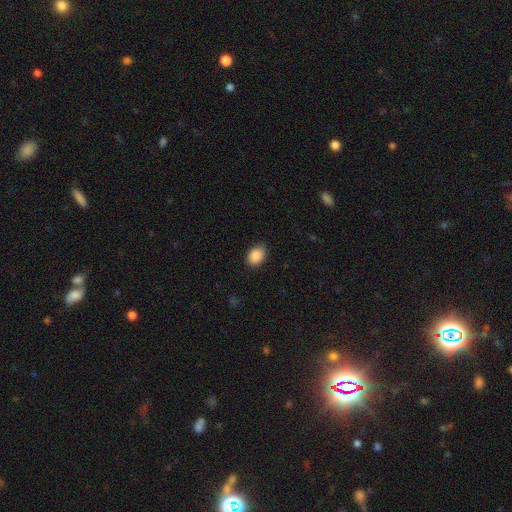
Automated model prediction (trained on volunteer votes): This is clearly a smooth galaxy (89%). How rounded: likely in between (69%). Merging: likely none (79%).